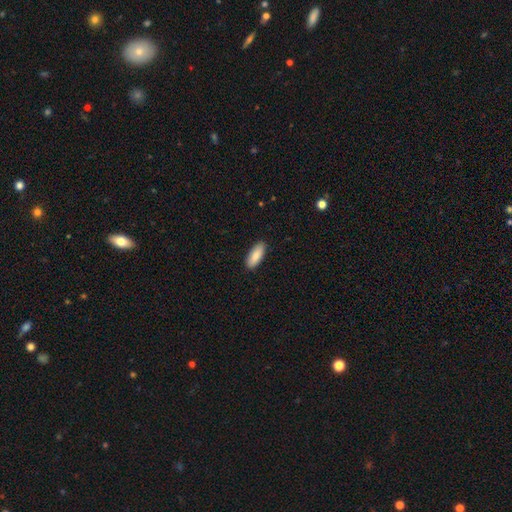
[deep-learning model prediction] smooth 88%, featured or disk 6%, star or artifact 6%. Down the decision tree: how rounded — in between (78%); merging — none (89%).